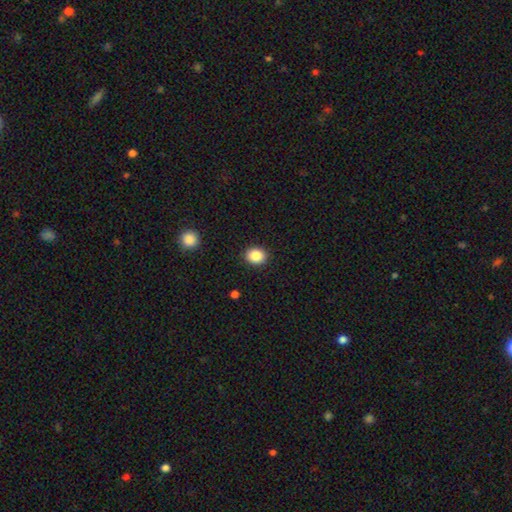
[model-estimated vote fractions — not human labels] A smooth galaxy with no disk features (87%) that is round (61%).

Vote fractions:
- Smooth or featured? smooth: 87% / star or artifact: 9% / featured or disk: 4%
- How rounded? round: 61% / in between: 38% / cigar-shaped: 1%
- Merging? none: 90% / minor disturbance: 7% / major disturbance: 2% / merger: 1%